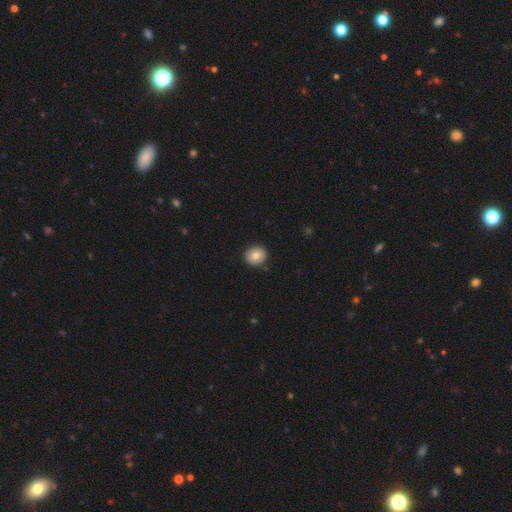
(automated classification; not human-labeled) smooth_or_featured: smooth (p=0.81) [alt: featured or disk p=0.11]
how_rounded: round (p=0.82) [alt: in between p=0.17]
merging: none (p=0.90) [alt: minor disturbance p=0.07]